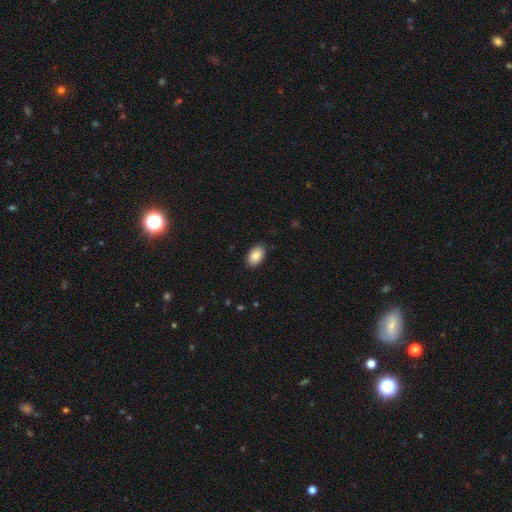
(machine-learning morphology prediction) Smooth or featured?
  - smooth: 86% *
  - star or artifact: 7%
  - featured or disk: 7%
How rounded?
  - in between: 90% *
  - round: 9%
  - cigar-shaped: 1%
Merging?
  - none: 88% *
  - minor disturbance: 9%
  - major disturbance: 2%
  - merger: 1%